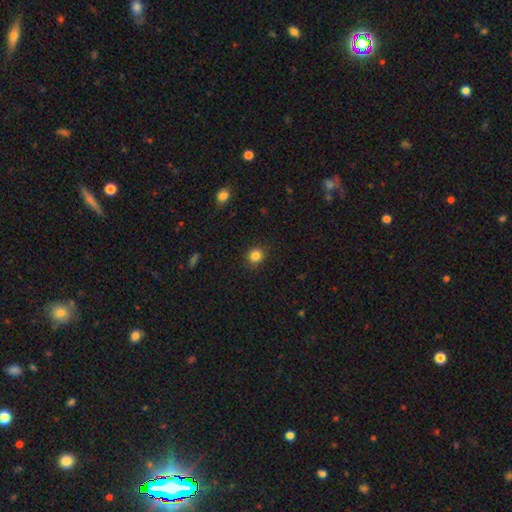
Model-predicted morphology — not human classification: type=smooth (84%); roundness=round (86%); merging=none (88%).